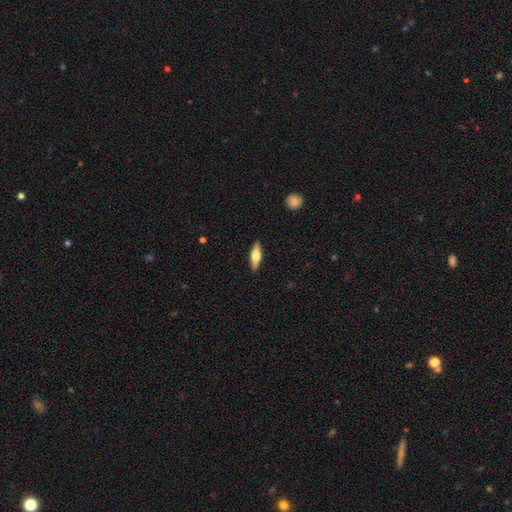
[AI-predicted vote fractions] A smooth galaxy with no disk features (47%, tied with featured or disk).

Vote fractions:
- Smooth or featured? smooth: 47% (tied) / featured or disk: 47% (tied) / star or artifact: 6%
- Merging? none: 90% / minor disturbance: 7% / major disturbance: 2% / merger: 1%